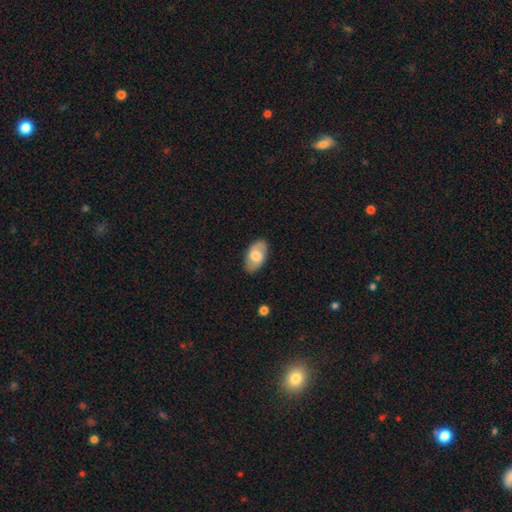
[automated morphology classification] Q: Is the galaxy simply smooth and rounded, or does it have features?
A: smooth — 61%.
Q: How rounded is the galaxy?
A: in between — 94%.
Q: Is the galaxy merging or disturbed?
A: none — 84%.